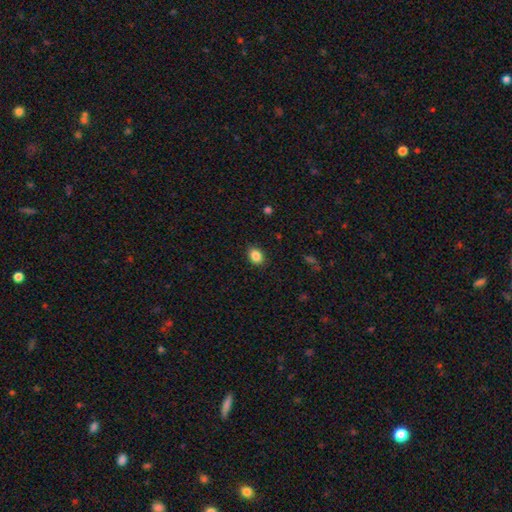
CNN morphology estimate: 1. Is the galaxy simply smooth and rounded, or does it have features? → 87% smooth, 9% star or artifact, 4% featured or disk.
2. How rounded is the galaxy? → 67% in between, 31% round, 1% cigar-shaped.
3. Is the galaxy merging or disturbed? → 88% none, 9% minor disturbance, 2% major disturbance, 1% merger.